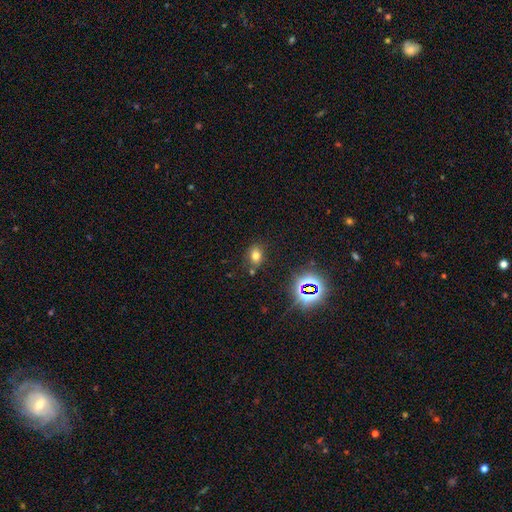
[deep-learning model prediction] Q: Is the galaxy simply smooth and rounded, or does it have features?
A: smooth — 68%.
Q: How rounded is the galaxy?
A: in between — 63%.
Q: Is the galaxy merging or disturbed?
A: none — 78%.